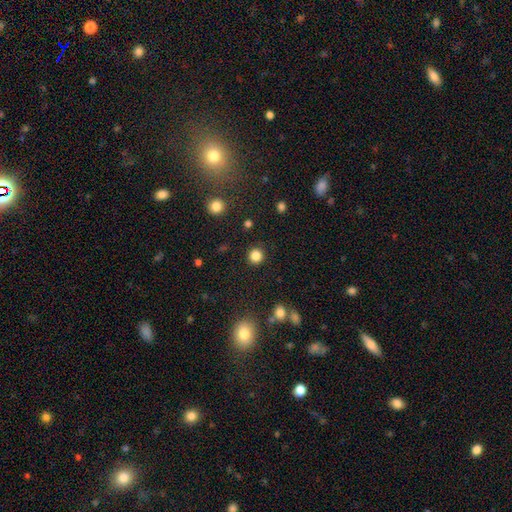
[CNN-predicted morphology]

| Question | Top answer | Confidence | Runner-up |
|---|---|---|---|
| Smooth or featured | smooth | 84% | star or artifact (12%) |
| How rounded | round | 93% | in between (6%) |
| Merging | none | 91% | minor disturbance (5%) |